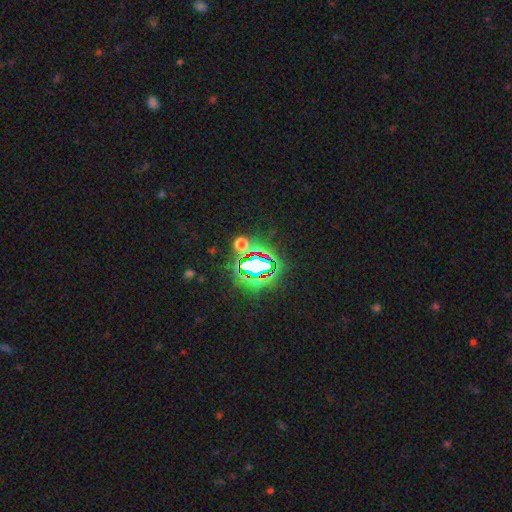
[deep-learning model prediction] star or artifact 82%, smooth 10%, featured or disk 7%.